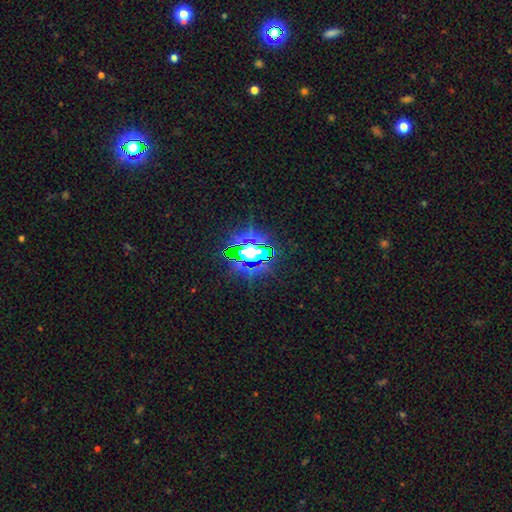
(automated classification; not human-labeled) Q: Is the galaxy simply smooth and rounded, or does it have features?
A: star or artifact — 69%.